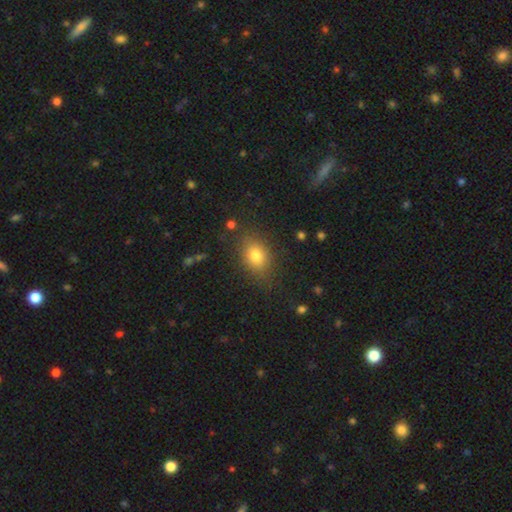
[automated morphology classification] smooth_or_featured: smooth (p=0.78) [alt: star or artifact p=0.12]
how_rounded: in between (p=0.72) [alt: round p=0.26]
merging: none (p=0.80) [alt: minor disturbance p=0.14]